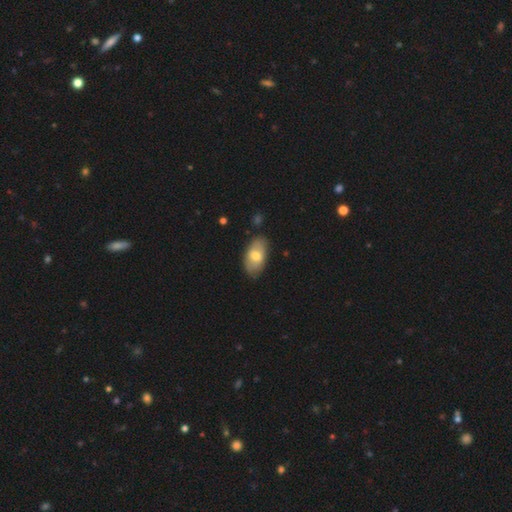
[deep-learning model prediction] Smooth or featured? smooth (69%)
How rounded? in between (93%)
Merging? none (79%)